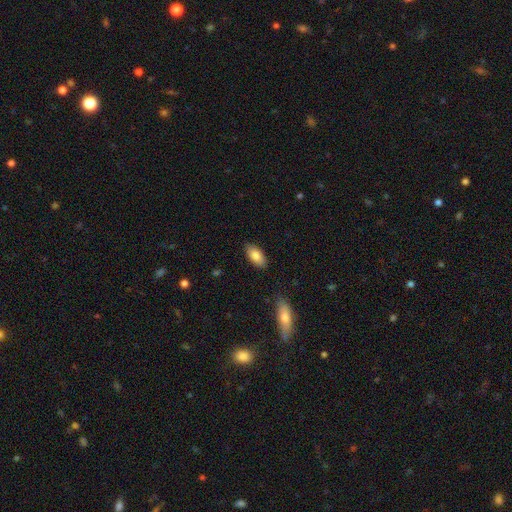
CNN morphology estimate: Smooth or featured? smooth (85%)
How rounded? in between (90%)
Merging? none (85%)